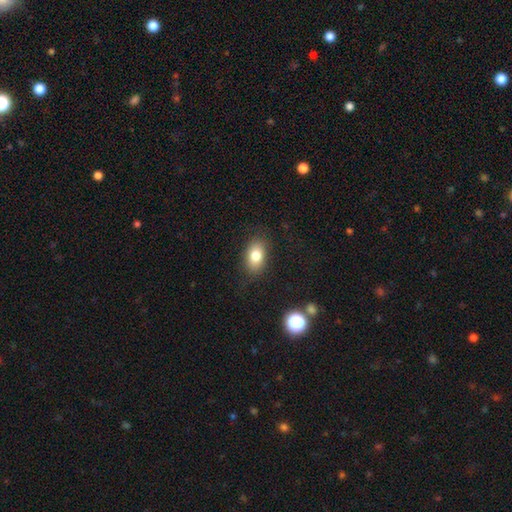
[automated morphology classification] A smooth galaxy with no disk features (79%) that is in between round and cigar-shaped (86%). Merging: none (84%).